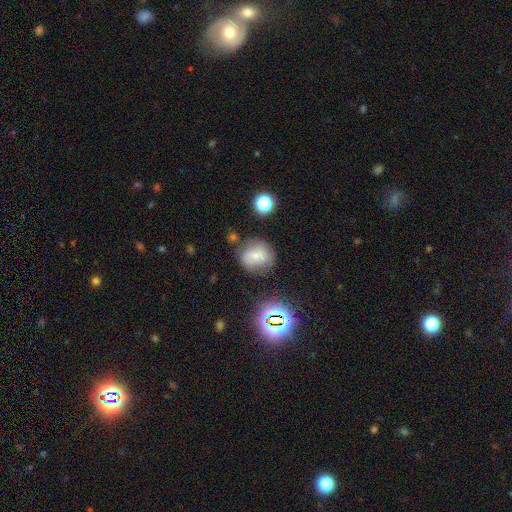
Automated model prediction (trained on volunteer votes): smooth 51%, featured or disk 33%, star or artifact 16%. Down the decision tree: how rounded — round (74%); merging — none (63%).